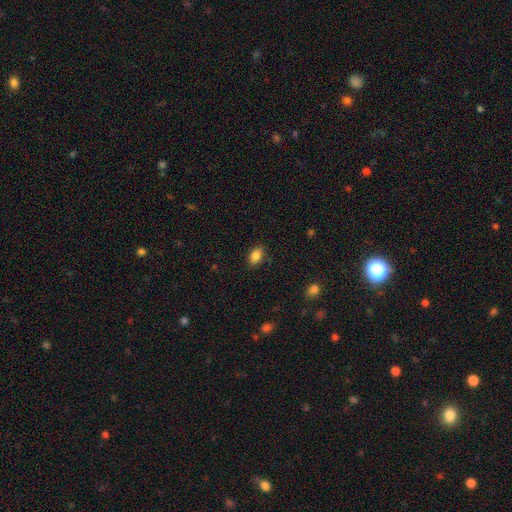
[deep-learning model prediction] Smooth or featured? Predicted: smooth (p=0.87). How rounded? Predicted: in between (p=0.86). Merging? Predicted: none (p=0.84).